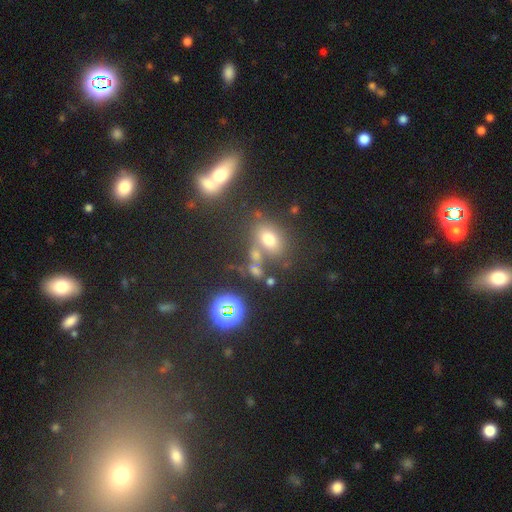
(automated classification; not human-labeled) Smooth or featured? Predicted: smooth (p=0.62). How rounded? Predicted: in between (p=0.66). Merging? Predicted: none (p=0.57).